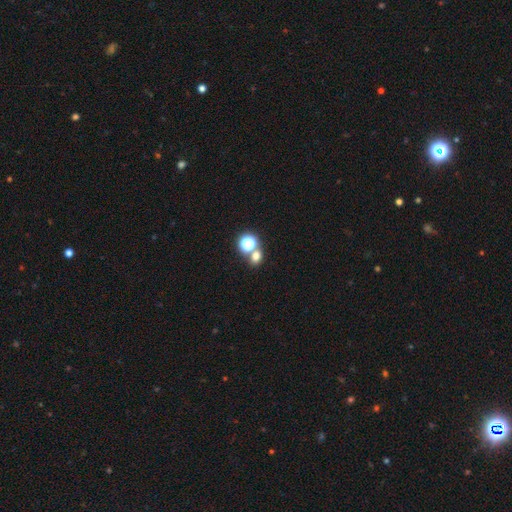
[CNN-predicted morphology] Overall: smooth (65%; star or artifact 27%). How rounded: round (62%; in between 37%). Merging: none (60%; merger 29%).